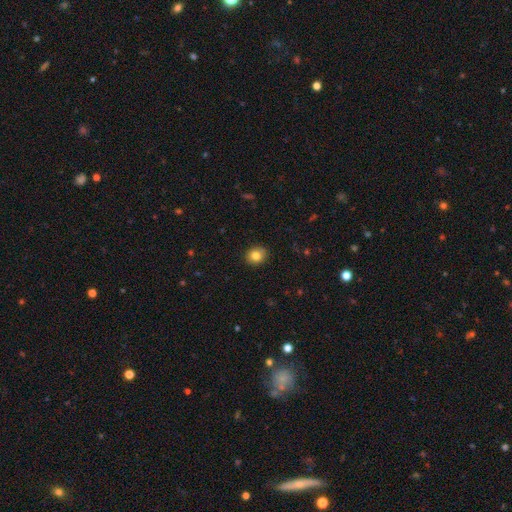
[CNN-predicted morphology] Smooth or featured? smooth (82%)
How rounded? round (70%)
Merging? none (89%)